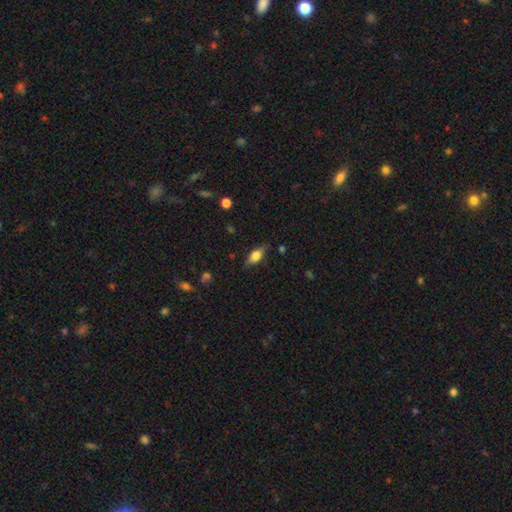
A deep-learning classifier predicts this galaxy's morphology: type=smooth (63%); roundness=in between (79%); merging=none (77%).